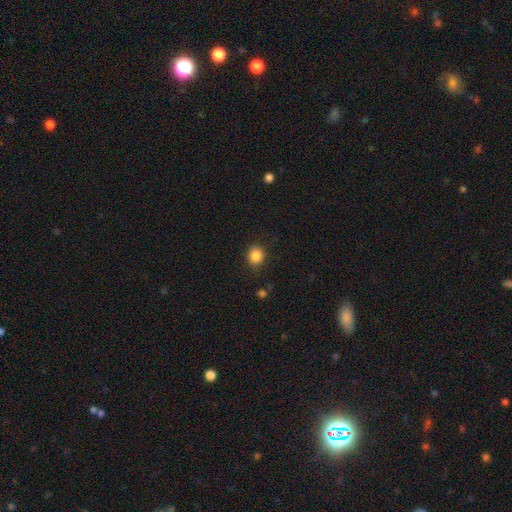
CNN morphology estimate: Overall: smooth (86%). How rounded: round (77%). Merging: none (86%).